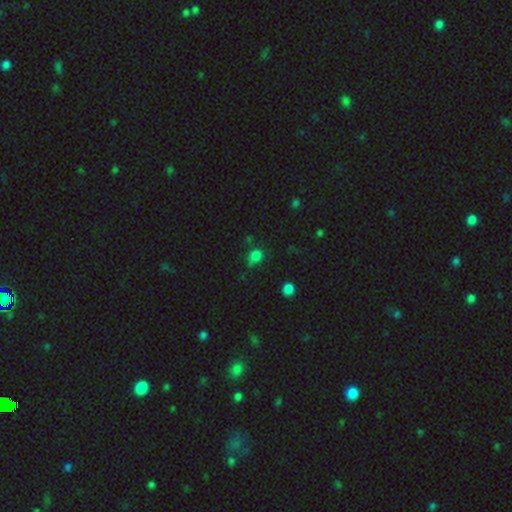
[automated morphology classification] smooth-or-featured: smooth: 76% | star or artifact: 18% | featured or disk: 6%
  how-rounded: round: 70% | in between: 28% | cigar-shaped: 2%
  merging: none: 60% | minor disturbance: 27% | major disturbance: 8% | merger: 5%